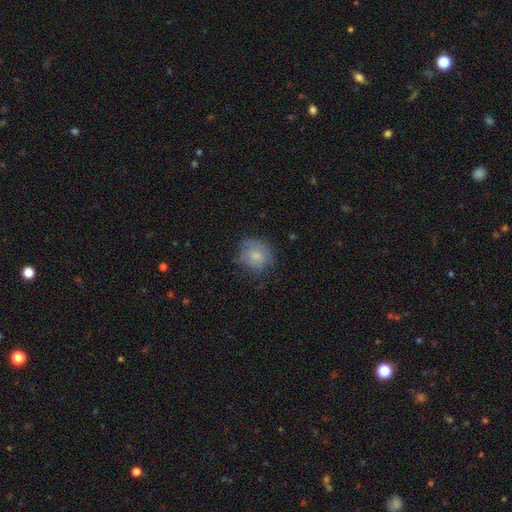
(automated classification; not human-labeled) Smooth or featured? Predicted: smooth (p=0.64). How rounded? Predicted: round (p=0.79). Merging? Predicted: none (p=0.60).